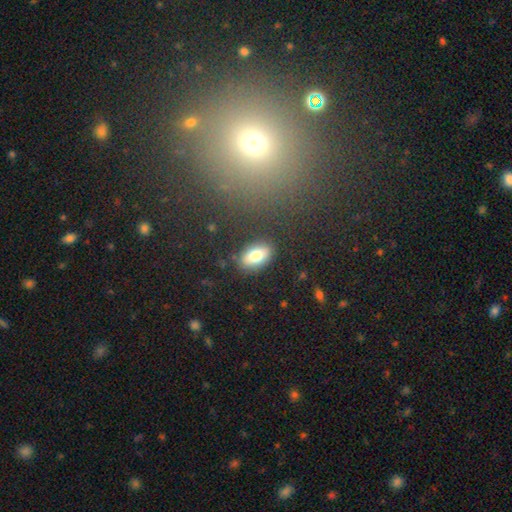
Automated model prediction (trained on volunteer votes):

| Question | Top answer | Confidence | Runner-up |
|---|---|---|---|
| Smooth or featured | smooth | 78% | featured or disk (14%) |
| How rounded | in between | 90% | round (7%) |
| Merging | none | 83% | minor disturbance (11%) |